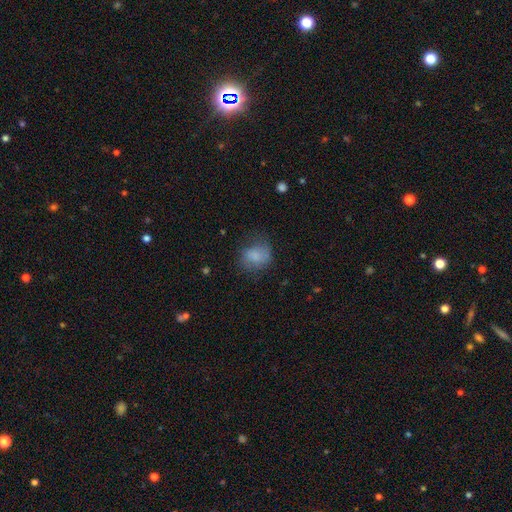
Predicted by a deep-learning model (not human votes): A smooth galaxy with no disk features (73%) that is round (57%).

Vote fractions:
- Smooth or featured? smooth: 73% / featured or disk: 17% / star or artifact: 10%
- How rounded? round: 57% / in between: 42% / cigar-shaped: 1%
- Merging? none: 53% / minor disturbance: 27% / major disturbance: 18% / merger: 2%